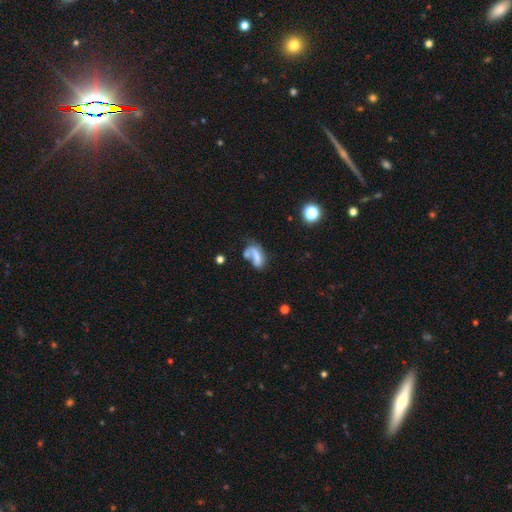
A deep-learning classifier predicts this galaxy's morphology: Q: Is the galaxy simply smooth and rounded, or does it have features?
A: smooth — 53%.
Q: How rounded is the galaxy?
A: in between — 76%.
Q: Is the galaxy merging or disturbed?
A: merger — 32%.